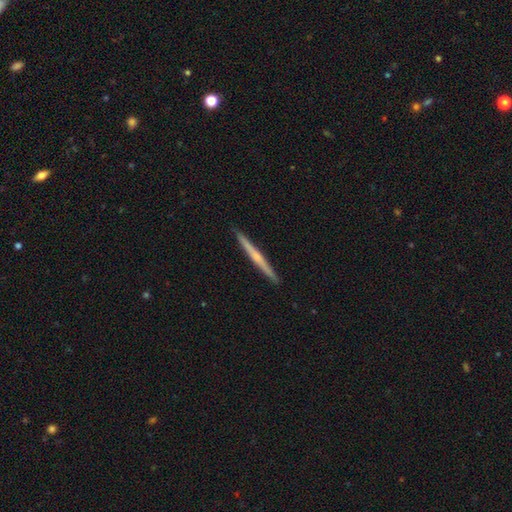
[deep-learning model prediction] Q: Smooth or featured?
A: featured or disk (58%); runner-up: smooth (36%)
Q: Edge-on disk?
A: yes (98%); runner-up: no (2%)
Q: Edge-on bulge?
A: none (55%); runner-up: rounded (38%)
Q: Merging?
A: none (93%); runner-up: minor disturbance (5%)